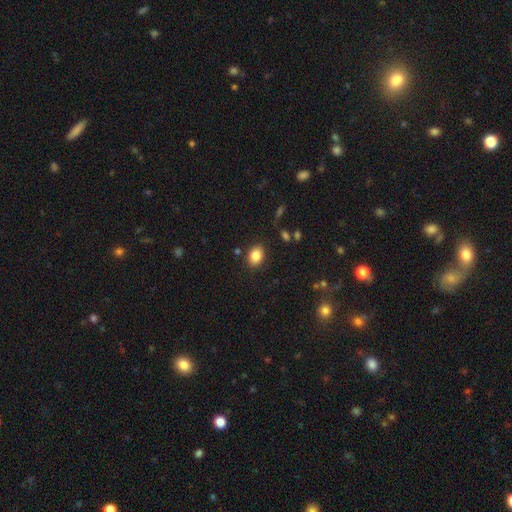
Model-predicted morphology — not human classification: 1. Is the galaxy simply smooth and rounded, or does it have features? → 84% smooth, 9% star or artifact, 7% featured or disk.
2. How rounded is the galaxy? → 64% in between, 35% round, 1% cigar-shaped.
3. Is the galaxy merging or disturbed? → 86% none, 9% minor disturbance, 3% major disturbance, 2% merger.